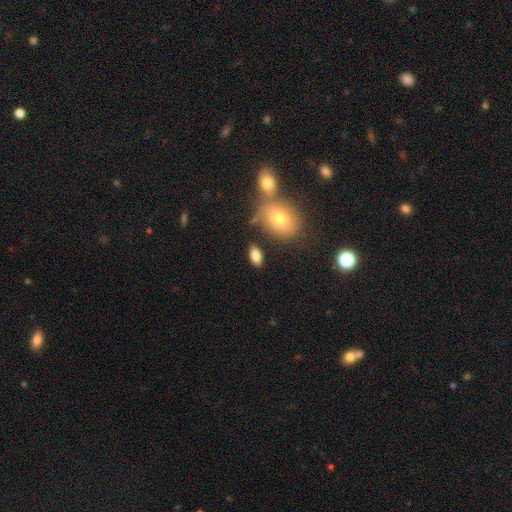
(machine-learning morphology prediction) Overall: smooth (82%). How rounded: in between (89%). Merging: none (80%).